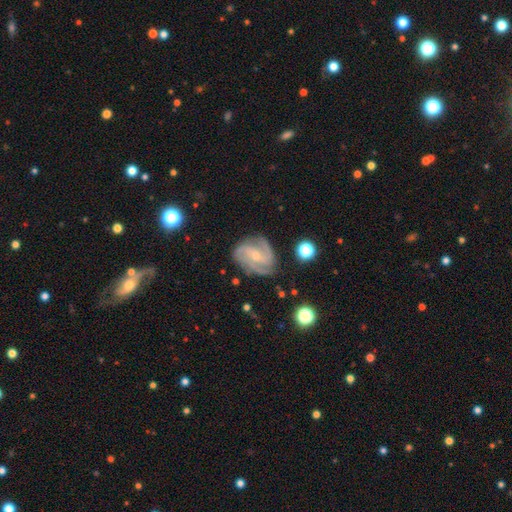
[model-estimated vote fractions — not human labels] Smooth or featured: featured or disk — 86% (smooth — 8%)
Edge-on disk: no — 98% (yes — 2%)
Bar: no — 44% (weak — 42%)
Spiral arms: yes — 97% (no — 3%)
Spiral winding: medium — 49% (tight — 38%)
Spiral arm count: 3 — 47% (2 — 25%)
Bulge size: small — 67% (moderate — 28%)
Merging: none — 72% (minor disturbance — 19%)